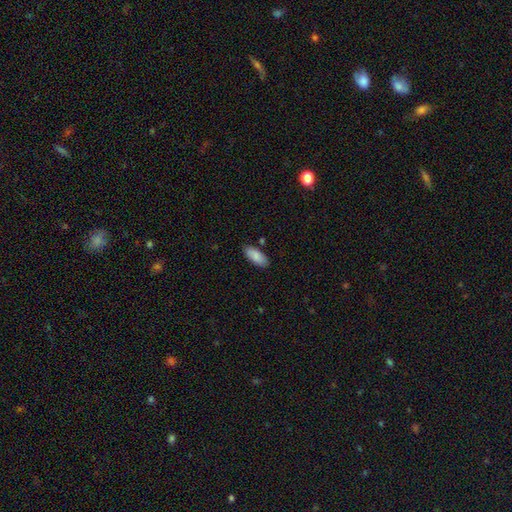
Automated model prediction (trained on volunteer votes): Q: Smooth or featured?
A: smooth (87%); runner-up: featured or disk (7%)
Q: How rounded?
A: in between (88%); runner-up: cigar-shaped (10%)
Q: Merging?
A: none (84%); runner-up: minor disturbance (11%)